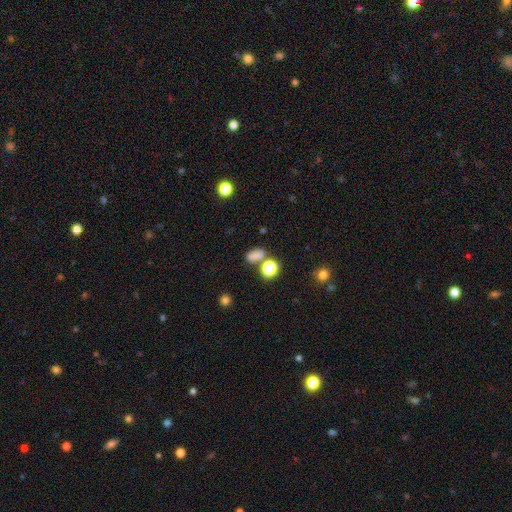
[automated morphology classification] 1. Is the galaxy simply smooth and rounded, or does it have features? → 70% smooth, 23% star or artifact, 7% featured or disk.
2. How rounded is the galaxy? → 74% in between, 23% round, 3% cigar-shaped.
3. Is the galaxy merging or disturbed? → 58% none, 21% merger, 14% minor disturbance, 7% major disturbance.